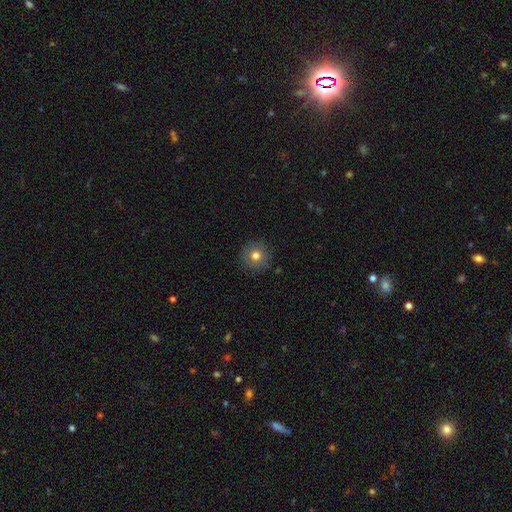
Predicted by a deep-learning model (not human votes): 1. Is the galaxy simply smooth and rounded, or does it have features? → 77% smooth, 12% featured or disk, 11% star or artifact.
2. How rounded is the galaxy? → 95% round, 5% in between, 1% cigar-shaped.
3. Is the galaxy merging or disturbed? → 89% none, 7% minor disturbance, 2% major disturbance, 1% merger.